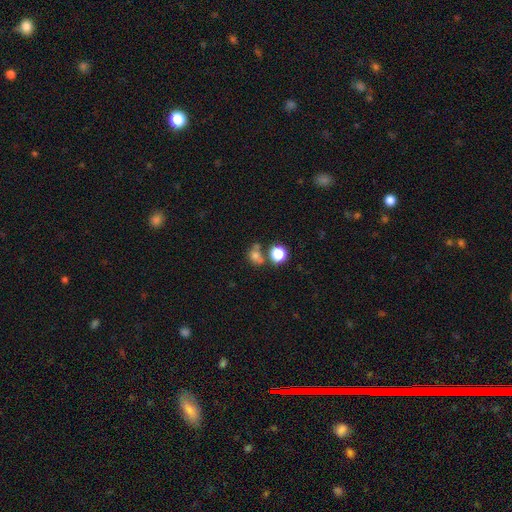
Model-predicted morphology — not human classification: type=smooth (70%); roundness=round (68%); merging=none (47%).